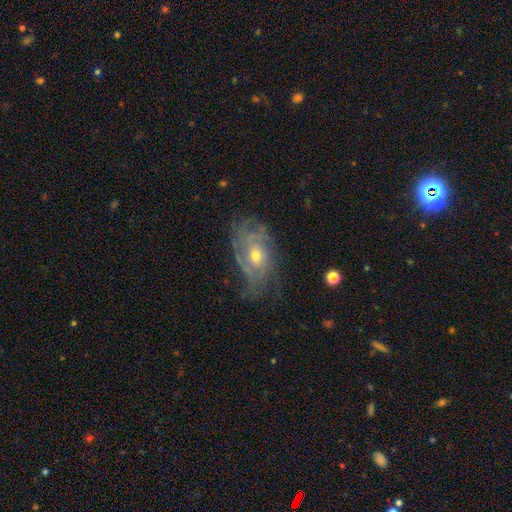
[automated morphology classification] Smooth or featured: featured or disk — 79% (smooth — 13%)
Edge-on disk: no — 95% (yes — 5%)
Bar: no — 75% (weak — 21%)
Spiral arms: yes — 89% (no — 11%)
Spiral winding: tight — 55% (medium — 33%)
Spiral arm count: can't tell — 46% (2 — 18%)
Bulge size: moderate — 55% (small — 41%)
Merging: none — 63% (minor disturbance — 23%)